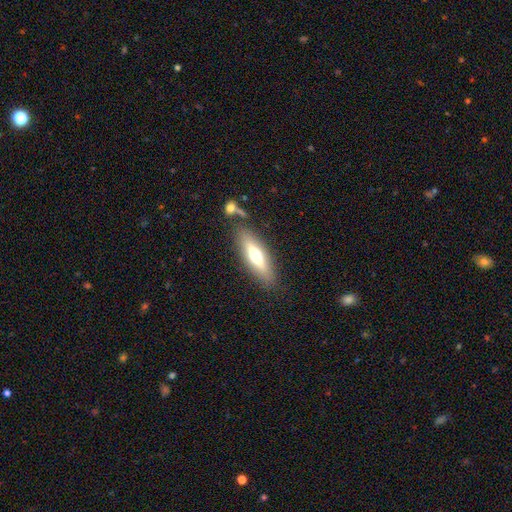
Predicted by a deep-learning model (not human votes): The model was most divided on "smooth or featured": smooth: 49%, featured or disk: 44%, star or artifact: 7%. More confident: merging — none (80%).